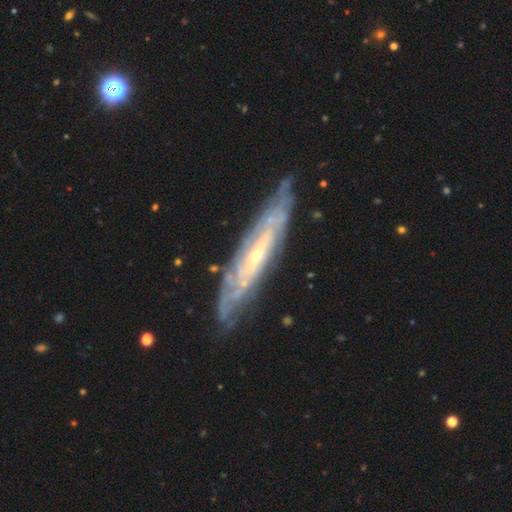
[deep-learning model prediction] Q: Smooth or featured?
A: featured or disk (82%); runner-up: smooth (12%)
Q: Edge-on disk?
A: no (60%); runner-up: yes (40%)
Q: Merging?
A: none (78%); runner-up: minor disturbance (16%)